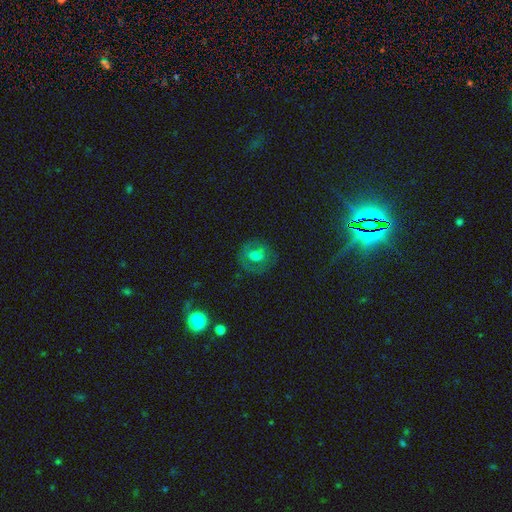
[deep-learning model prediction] Q: Smooth or featured?
A: smooth (50%); runner-up: featured or disk (38%)
Q: Merging?
A: none (75%); runner-up: minor disturbance (15%)